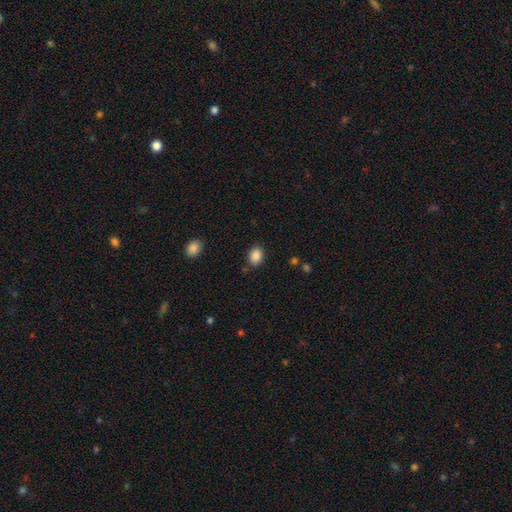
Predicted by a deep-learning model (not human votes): Q: Smooth or featured?
A: smooth (88%); runner-up: star or artifact (9%)
Q: How rounded?
A: in between (68%); runner-up: round (31%)
Q: Merging?
A: none (82%); runner-up: minor disturbance (12%)